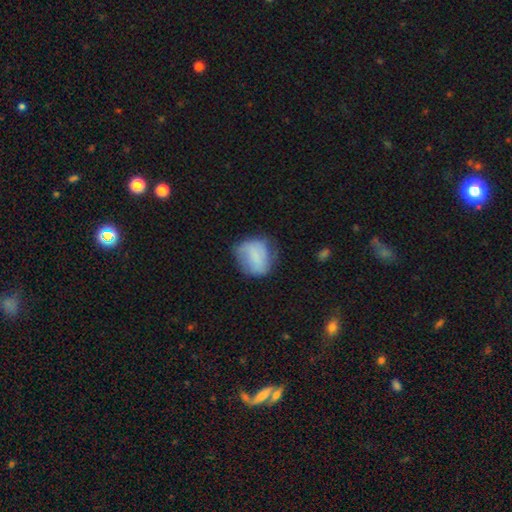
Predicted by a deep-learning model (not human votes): The model was most divided on "merging": none: 50%, minor disturbance: 33%, major disturbance: 14%, merger: 2%. More confident: smooth or featured — smooth (72%); how rounded — round (65%).